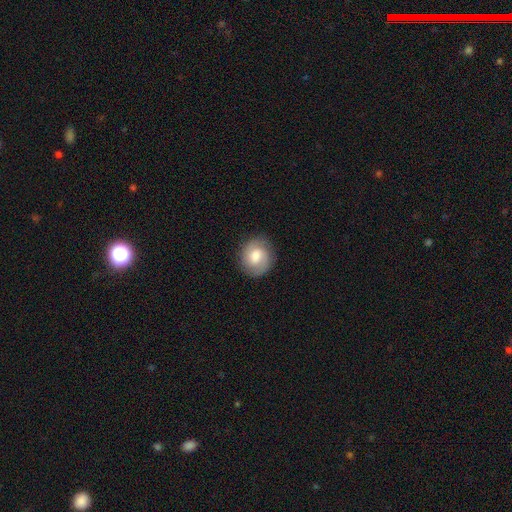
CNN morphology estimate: This is possibly a smooth galaxy (46%, tied with featured or disk). Merging: clearly none (85%).